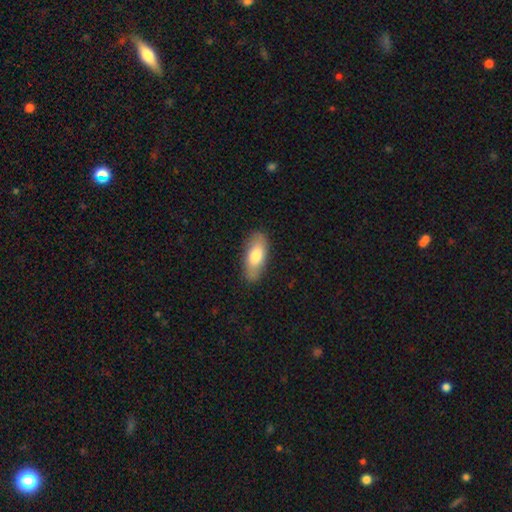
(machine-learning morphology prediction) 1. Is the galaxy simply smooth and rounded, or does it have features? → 75% smooth, 19% featured or disk, 6% star or artifact.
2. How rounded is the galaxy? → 79% in between, 18% cigar-shaped, 3% round.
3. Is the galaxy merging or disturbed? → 85% none, 12% minor disturbance, 3% major disturbance, 1% merger.